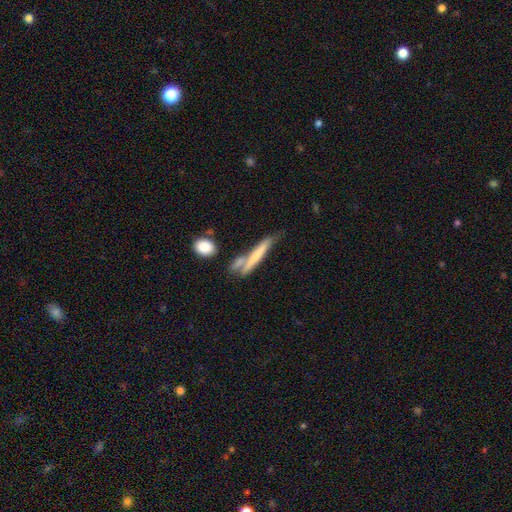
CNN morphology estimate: smooth 59%, featured or disk 33%, star or artifact 7%. Down the decision tree: how rounded — cigar-shaped (90%); merging — none (54%).